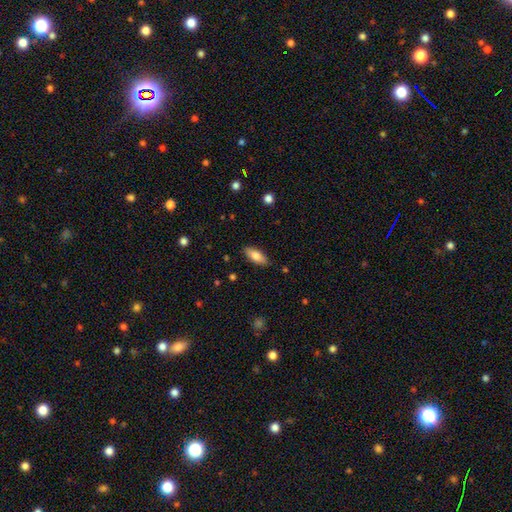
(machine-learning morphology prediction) Smooth or featured: smooth — 79% (featured or disk — 15%)
How rounded: in between — 79% (cigar-shaped — 18%)
Merging: none — 87% (minor disturbance — 10%)